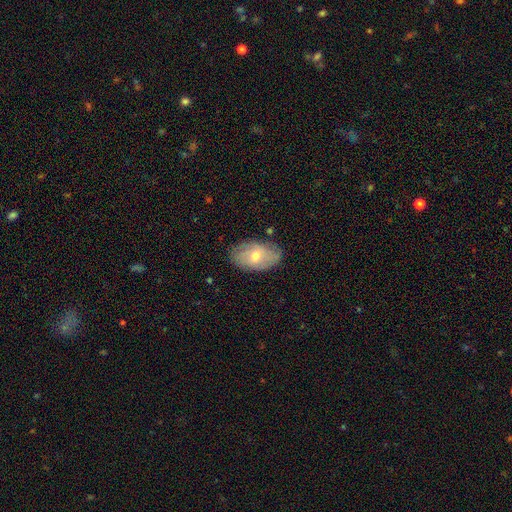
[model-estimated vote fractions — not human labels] Morphology: type=smooth (52%); roundness=in between (91%); merging=none (75%).